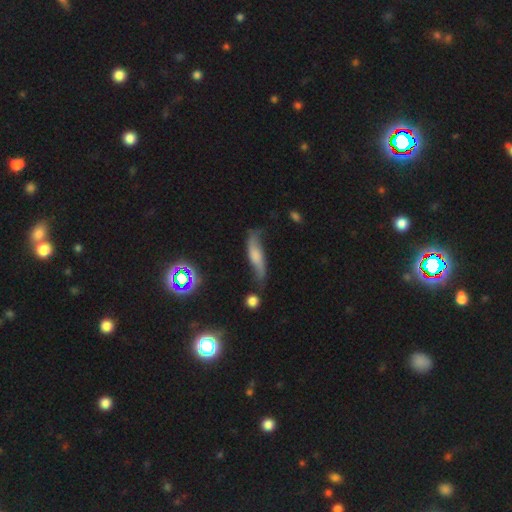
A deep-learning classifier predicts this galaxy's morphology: featured or disk 52%, smooth 39%, star or artifact 9%. Down the decision tree: edge-on disk — no (63%); merging — none (49%).